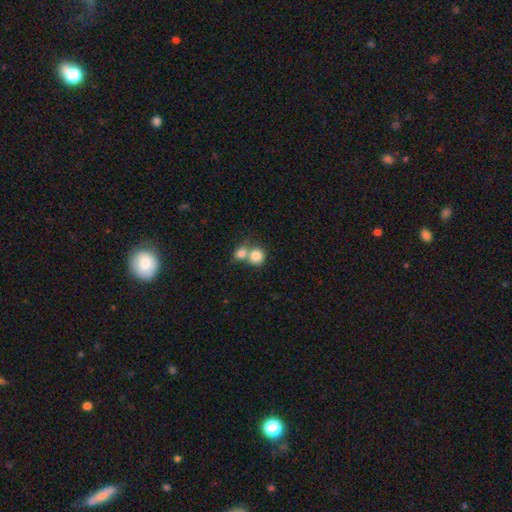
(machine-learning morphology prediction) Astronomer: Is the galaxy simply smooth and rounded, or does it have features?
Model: smooth — 82%.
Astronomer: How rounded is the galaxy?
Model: round — 85%.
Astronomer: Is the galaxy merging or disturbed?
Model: merger — 55% (runner-up: none, 35%).